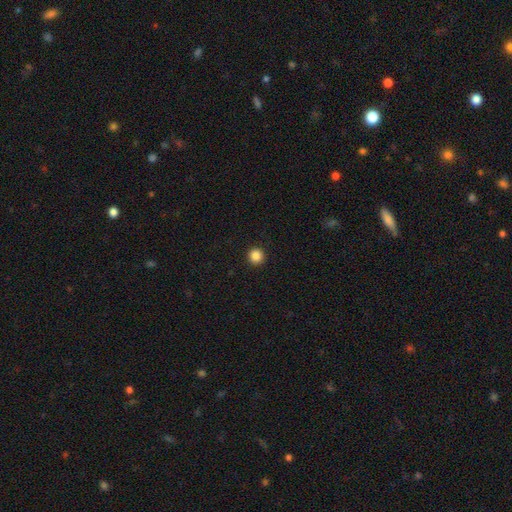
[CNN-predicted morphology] This is clearly a smooth galaxy (86%). How rounded: clearly round (95%). Merging: clearly none (94%).